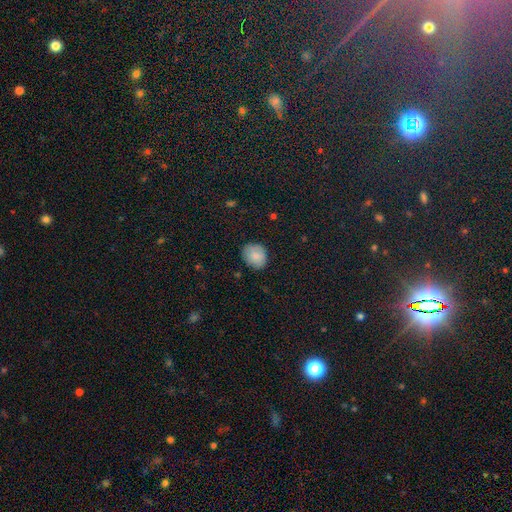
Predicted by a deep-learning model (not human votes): Smooth or featured? Predicted: smooth (p=0.85). How rounded? Predicted: round (p=0.69). Merging? Predicted: none (p=0.82).